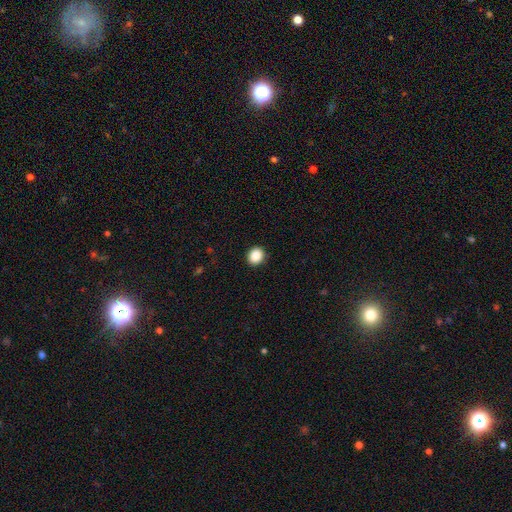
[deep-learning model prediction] This is clearly a smooth galaxy (88%). How rounded: likely round (69%). Merging: clearly none (92%).